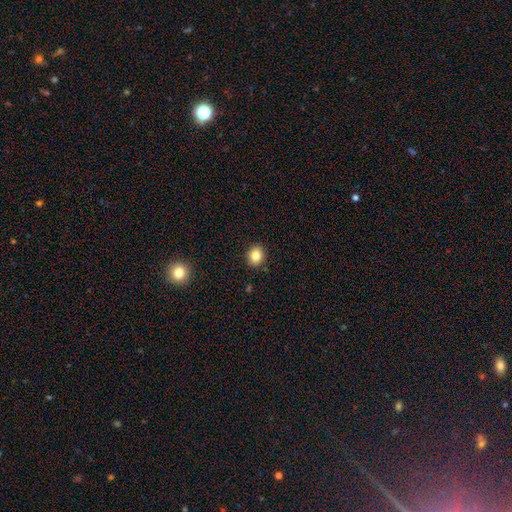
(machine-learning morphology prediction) Smooth or featured? Predicted: smooth (p=0.83). How rounded? Predicted: round (p=0.72). Merging? Predicted: none (p=0.90).